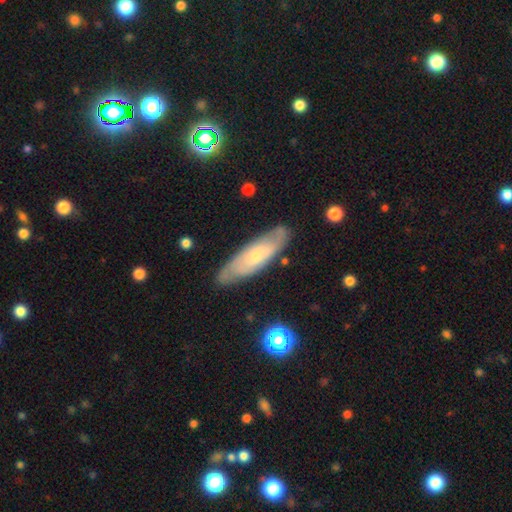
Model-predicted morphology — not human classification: smooth-or-featured: featured or disk: 58% | smooth: 36% | star or artifact: 6%
  disk-edge-on: no: 73% | yes: 27%
  merging: none: 81% | minor disturbance: 14% | major disturbance: 3% | merger: 2%